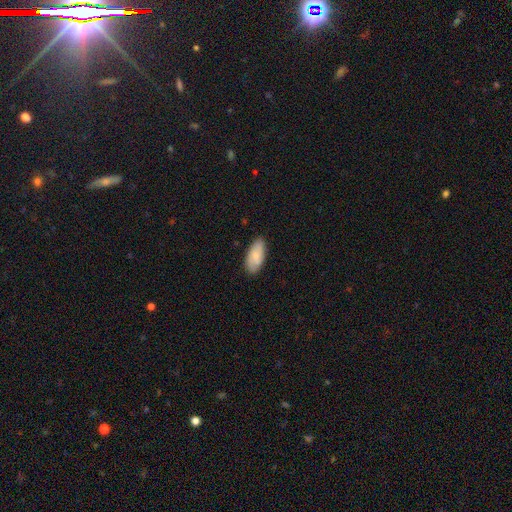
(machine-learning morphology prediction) Smooth or featured? smooth (77%)
How rounded? in between (91%)
Merging? none (79%)